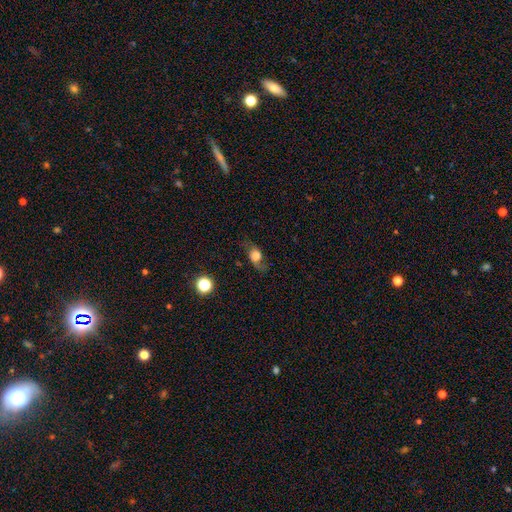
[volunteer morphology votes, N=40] type=smooth (68%); roundness=in between (44%); merging=none (46%).